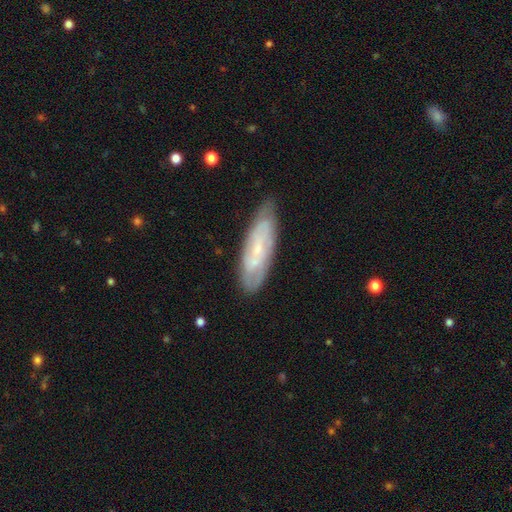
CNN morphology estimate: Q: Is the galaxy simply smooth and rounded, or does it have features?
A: featured or disk — 63%.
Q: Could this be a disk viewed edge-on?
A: no — 78%.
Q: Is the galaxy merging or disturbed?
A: none — 77%.